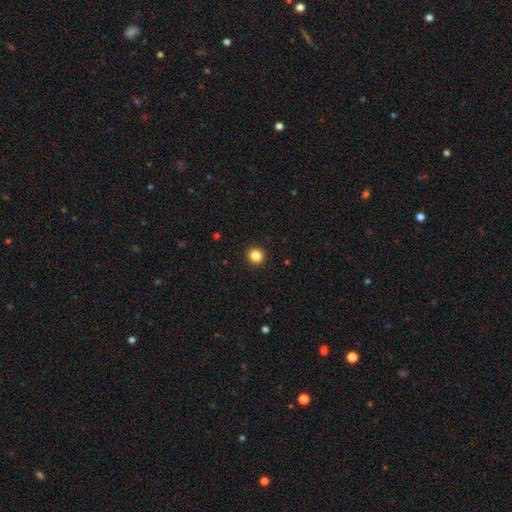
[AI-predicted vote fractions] A smooth galaxy with no disk features (84%) that is round (91%).

Vote fractions:
- Smooth or featured? smooth: 84% / star or artifact: 11% / featured or disk: 4%
- How rounded? round: 91% / in between: 8% / cigar-shaped: 1%
- Merging? none: 93% / minor disturbance: 4% / major disturbance: 2% / merger: 1%